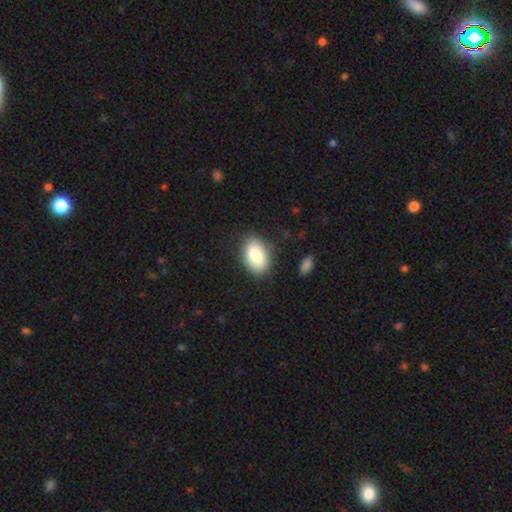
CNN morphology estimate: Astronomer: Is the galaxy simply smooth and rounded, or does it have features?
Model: smooth — 83%.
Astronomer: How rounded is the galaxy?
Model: in between — 91%.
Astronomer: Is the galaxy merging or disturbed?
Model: none — 83%.